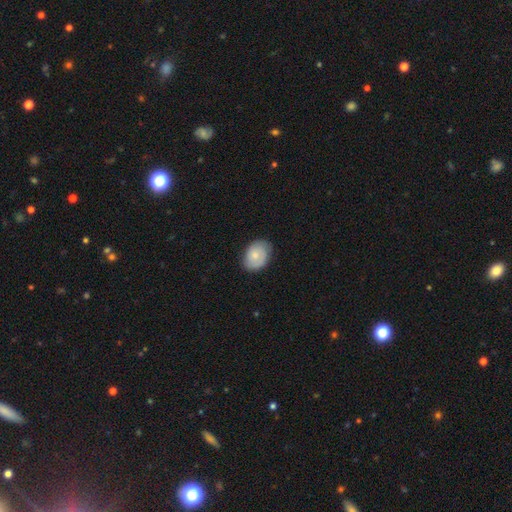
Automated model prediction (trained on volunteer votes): The model was most divided on "how rounded": in between: 72%, round: 27%, cigar-shaped: 1%. More confident: merging — none (77%); smooth or featured — smooth (71%).